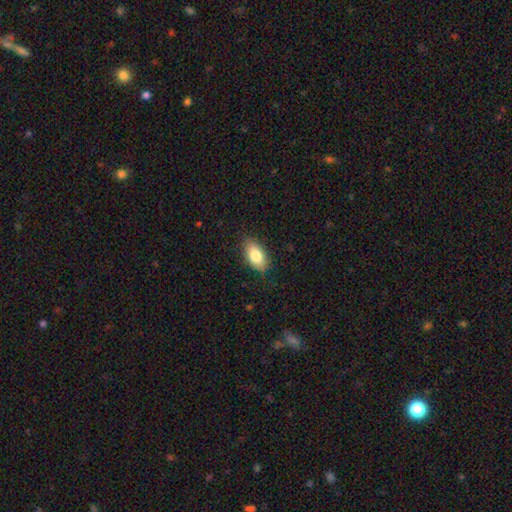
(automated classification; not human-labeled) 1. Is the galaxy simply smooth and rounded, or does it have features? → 81% smooth, 12% featured or disk, 7% star or artifact.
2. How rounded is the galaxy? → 90% in between, 6% round, 4% cigar-shaped.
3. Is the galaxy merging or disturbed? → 83% none, 13% minor disturbance, 3% major disturbance, 1% merger.